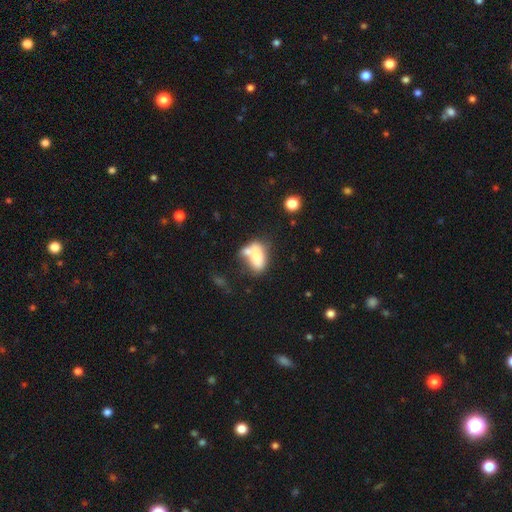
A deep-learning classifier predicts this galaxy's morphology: smooth_or_featured: smooth (p=0.71) [alt: featured or disk p=0.20]
how_rounded: in between (p=0.87) [alt: round p=0.08]
merging: merger (p=0.42) [alt: none p=0.32]